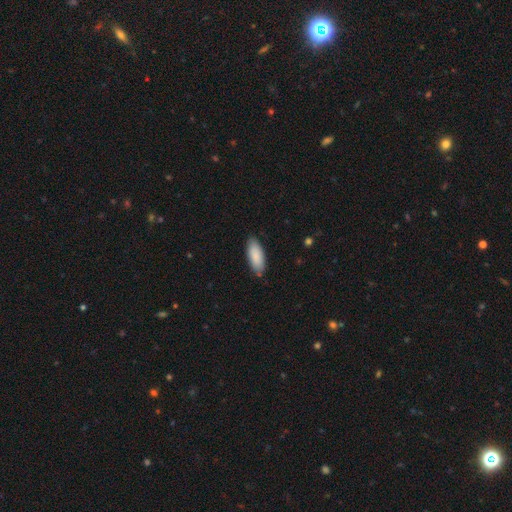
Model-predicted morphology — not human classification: type=smooth (88%); roundness=in between (79%); merging=none (84%).